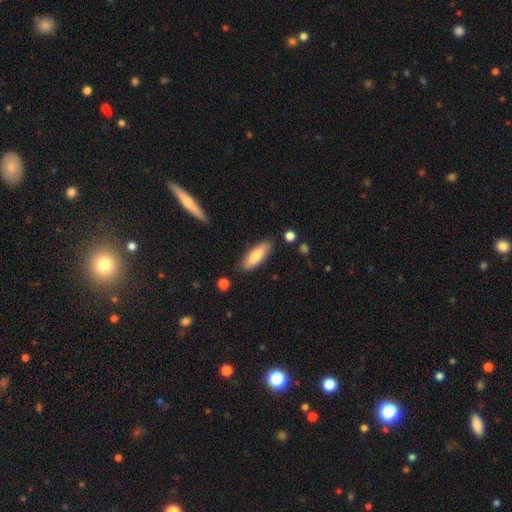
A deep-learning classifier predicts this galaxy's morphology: Smooth or featured: smooth — 74% (featured or disk — 20%)
How rounded: in between — 58% (cigar-shaped — 40%)
Merging: none — 84% (minor disturbance — 11%)